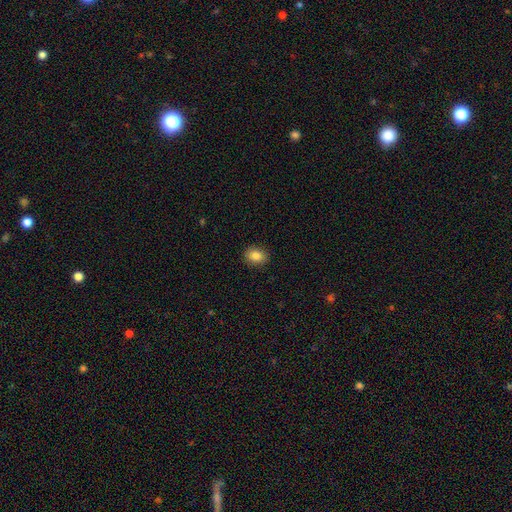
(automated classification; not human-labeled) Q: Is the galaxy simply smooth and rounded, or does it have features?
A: smooth — 86%.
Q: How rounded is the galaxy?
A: in between — 55%.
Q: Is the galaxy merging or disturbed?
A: none — 90%.